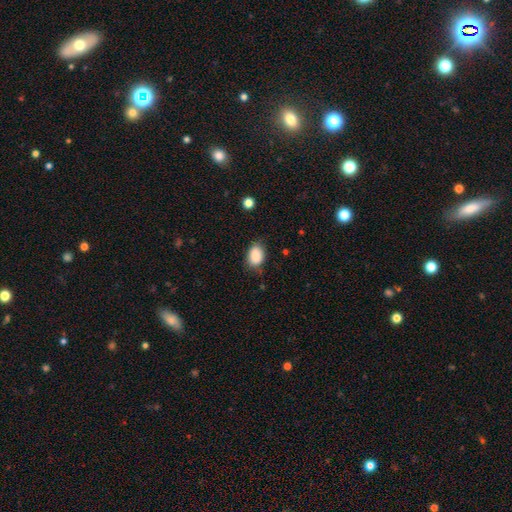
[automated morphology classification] type=smooth (88%); roundness=in between (81%); merging=none (73%).